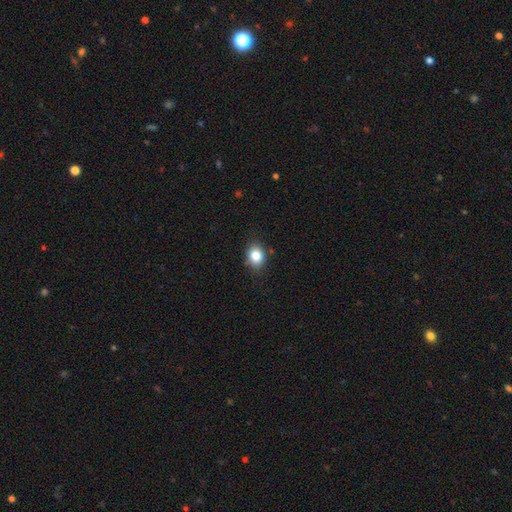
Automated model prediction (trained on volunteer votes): A smooth galaxy with no disk features (82%) that is in between round and cigar-shaped (52%).

Vote fractions:
- Smooth or featured? smooth: 82% / star or artifact: 10% / featured or disk: 8%
- How rounded? in between: 52% / round: 47% / cigar-shaped: 1%
- Merging? none: 82% / minor disturbance: 14% / major disturbance: 3% / merger: 2%